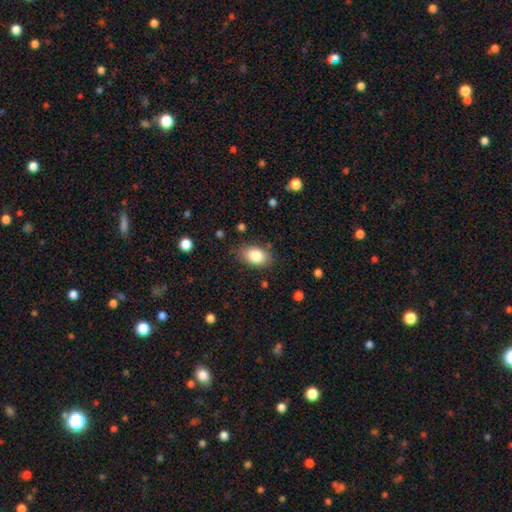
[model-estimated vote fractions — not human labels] A smooth galaxy with no disk features (84%) that is in between round and cigar-shaped (87%).

Vote fractions:
- Smooth or featured? smooth: 84% / featured or disk: 9% / star or artifact: 8%
- How rounded? in between: 87% / round: 11% / cigar-shaped: 2%
- Merging? none: 81% / minor disturbance: 14% / major disturbance: 4% / merger: 1%